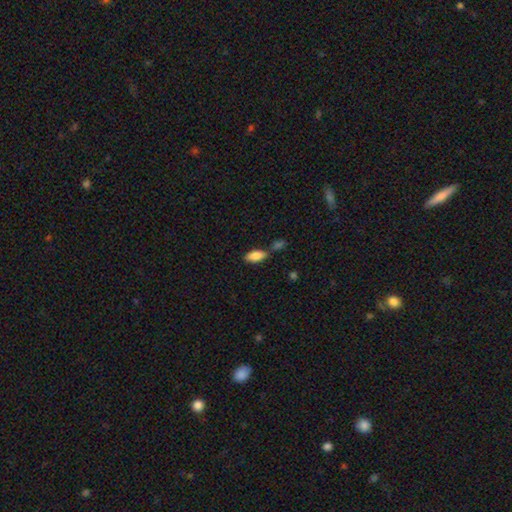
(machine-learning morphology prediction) Overall: smooth (85%). How rounded: in between (87%). Merging: none (62%).